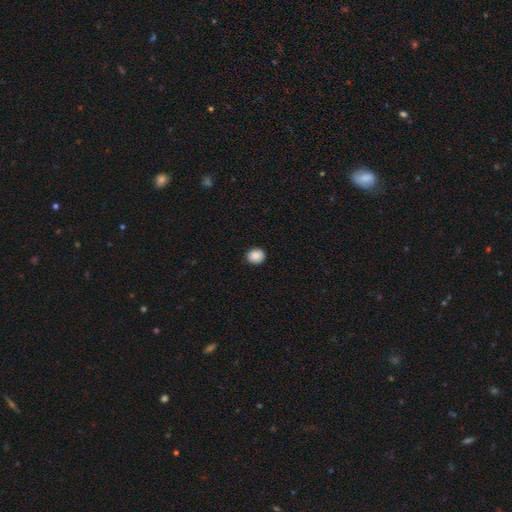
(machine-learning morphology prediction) A smooth galaxy with no disk features (87%) that is round (68%).

Vote fractions:
- Smooth or featured? smooth: 87% / star or artifact: 8% / featured or disk: 5%
- How rounded? round: 68% / in between: 31% / cigar-shaped: 1%
- Merging? none: 87% / minor disturbance: 10% / major disturbance: 2% / merger: 1%